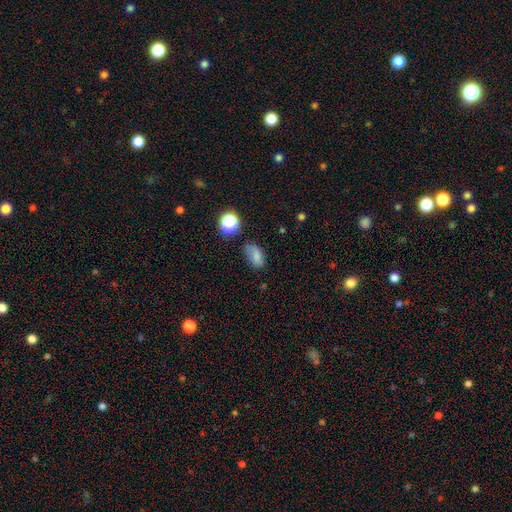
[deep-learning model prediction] A smooth galaxy with no disk features (76%) that is in between round and cigar-shaped (86%).

Vote fractions:
- Smooth or featured? smooth: 76% / star or artifact: 14% / featured or disk: 10%
- How rounded? in between: 86% / round: 12% / cigar-shaped: 2%
- Merging? none: 58% / minor disturbance: 28% / major disturbance: 10% / merger: 4%